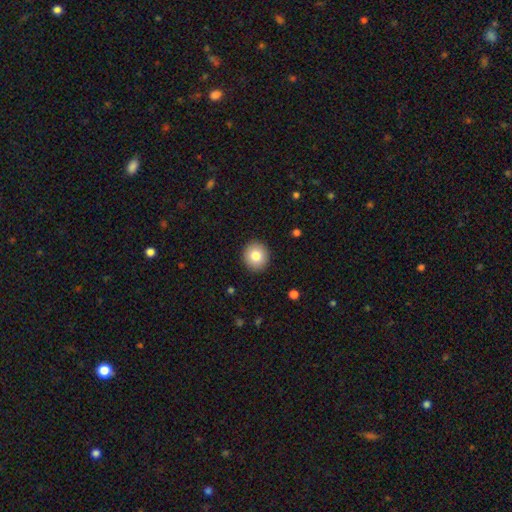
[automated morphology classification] smooth-or-featured: smooth: 82% | featured or disk: 9% | star or artifact: 9%
  how-rounded: round: 90% | in between: 9% | cigar-shaped: 1%
  merging: none: 92% | minor disturbance: 6% | major disturbance: 2% | merger: 1%